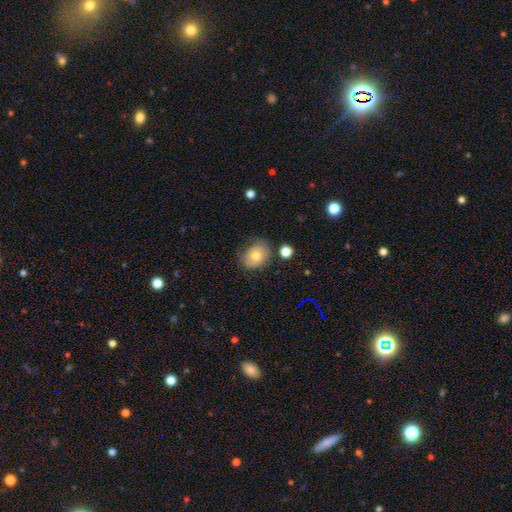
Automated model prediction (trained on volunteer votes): A smooth galaxy with no disk features (74%) that is in between round and cigar-shaped (56%).

Vote fractions:
- Smooth or featured? smooth: 74% / featured or disk: 16% / star or artifact: 10%
- How rounded? in between: 56% / round: 43% / cigar-shaped: 1%
- Merging? none: 71% / minor disturbance: 21% / major disturbance: 5% / merger: 4%